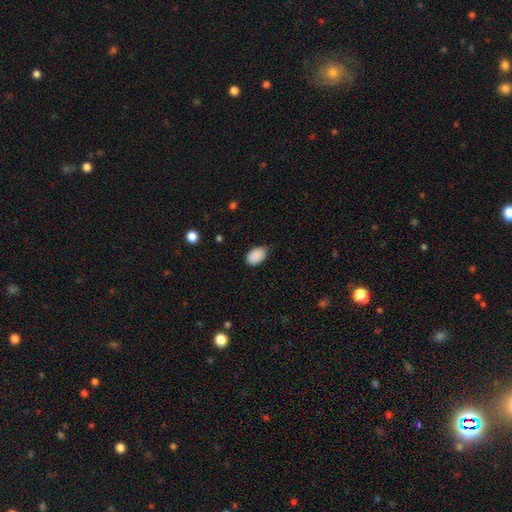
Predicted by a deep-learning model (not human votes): Q: Smooth or featured?
A: smooth (90%); runner-up: star or artifact (7%)
Q: How rounded?
A: in between (90%); runner-up: round (8%)
Q: Merging?
A: none (73%); runner-up: minor disturbance (22%)